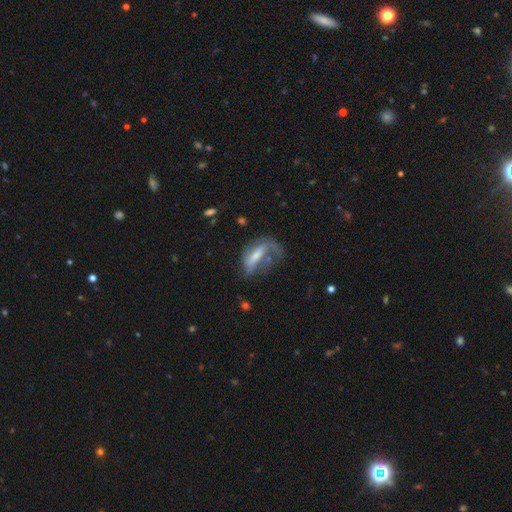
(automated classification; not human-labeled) Q: Smooth or featured?
A: featured or disk (49%); runner-up: smooth (42%)
Q: Merging?
A: major disturbance (45%); runner-up: none (29%)